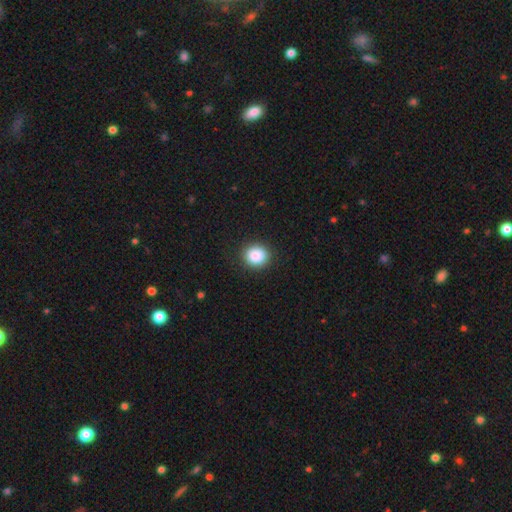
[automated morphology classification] A smooth galaxy with no disk features (88%) that is round (84%).

Vote fractions:
- Smooth or featured? smooth: 88% / star or artifact: 9% / featured or disk: 3%
- How rounded? round: 84% / in between: 15% / cigar-shaped: 1%
- Merging? none: 90% / minor disturbance: 6% / major disturbance: 2% / merger: 1%